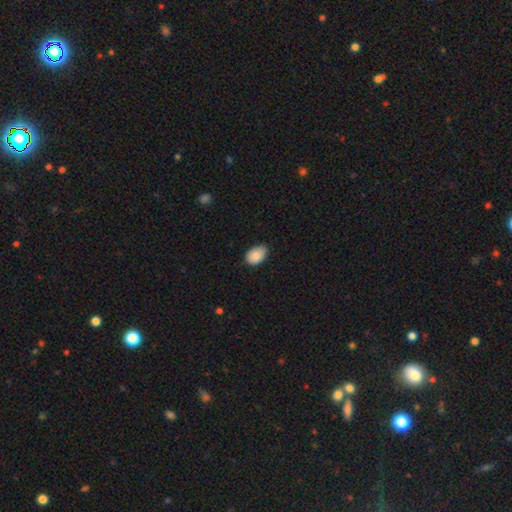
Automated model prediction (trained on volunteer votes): smooth 87%, star or artifact 7%, featured or disk 6%. Down the decision tree: how rounded — in between (85%); merging — none (71%).